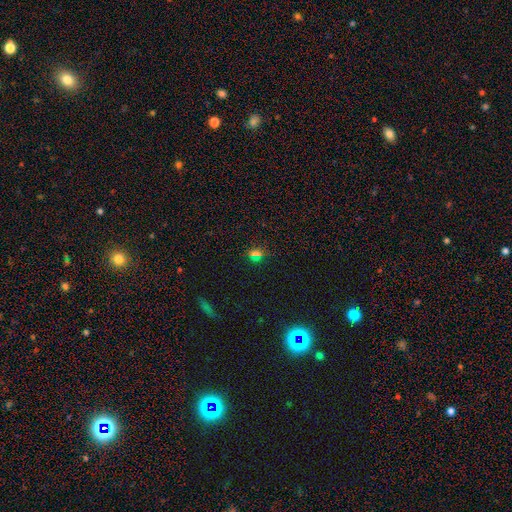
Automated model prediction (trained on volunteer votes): Smooth or featured?
  - smooth: 54% *
  - star or artifact: 38%
  - featured or disk: 8%
How rounded?
  - round: 69% *
  - in between: 26%
  - cigar-shaped: 4%
Merging?
  - none: 83% *
  - minor disturbance: 9%
  - merger: 4%
  - major disturbance: 4%